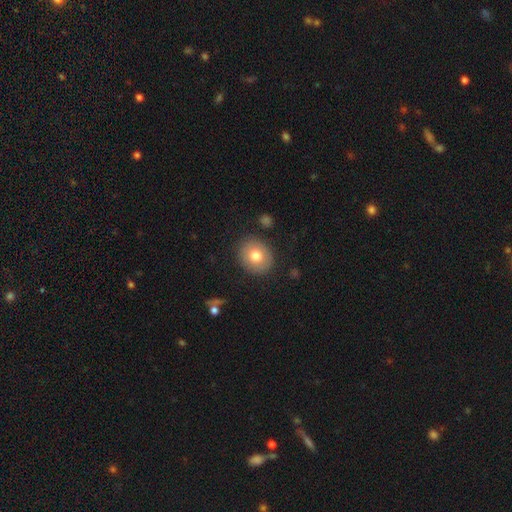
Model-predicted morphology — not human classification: A smooth galaxy with no disk features (75%) that is round (71%).

Vote fractions:
- Smooth or featured? smooth: 75% / featured or disk: 17% / star or artifact: 8%
- How rounded? round: 71% / in between: 28% / cigar-shaped: 1%
- Merging? none: 87% / minor disturbance: 9% / major disturbance: 3% / merger: 2%